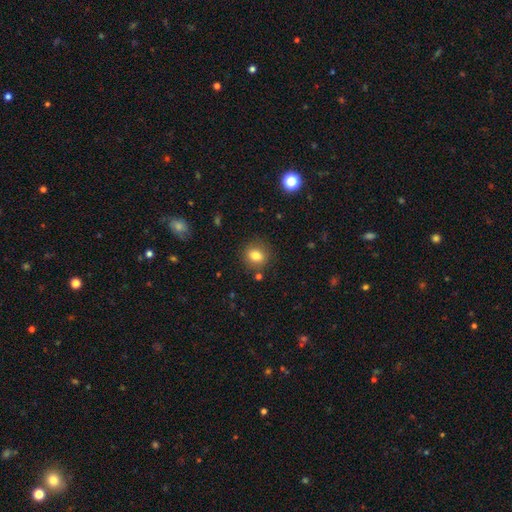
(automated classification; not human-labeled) The model was most divided on "how rounded": round: 73%, in between: 26%, cigar-shaped: 1%. More confident: merging — none (86%); smooth or featured — smooth (81%).